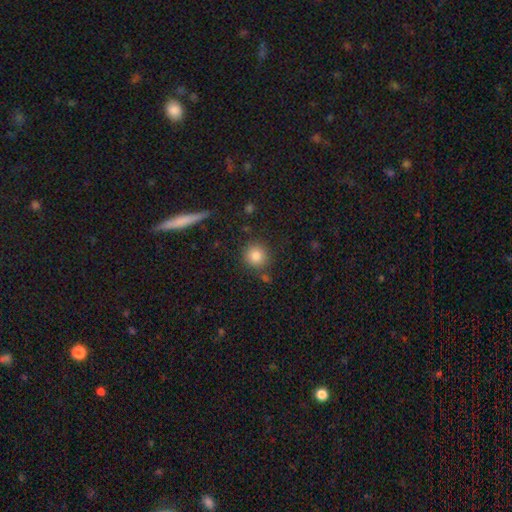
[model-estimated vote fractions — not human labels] smooth-or-featured: smooth: 84% | star or artifact: 10% | featured or disk: 6%
  how-rounded: round: 91% | in between: 7% | cigar-shaped: 1%
  merging: none: 82% | minor disturbance: 9% | merger: 5% | major disturbance: 3%